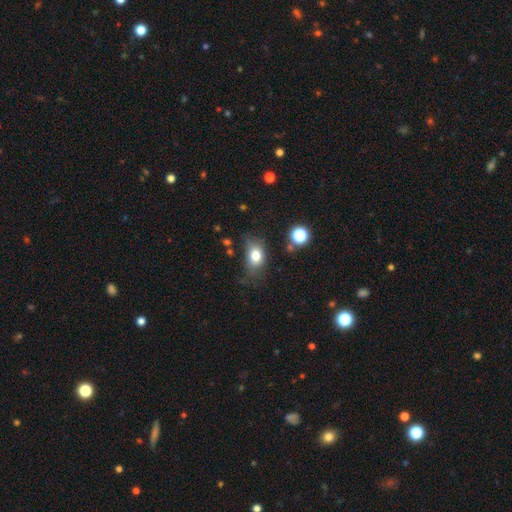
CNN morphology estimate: Smooth or featured? Predicted: smooth (p=0.78). How rounded? Predicted: in between (p=0.75). Merging? Predicted: none (p=0.63).